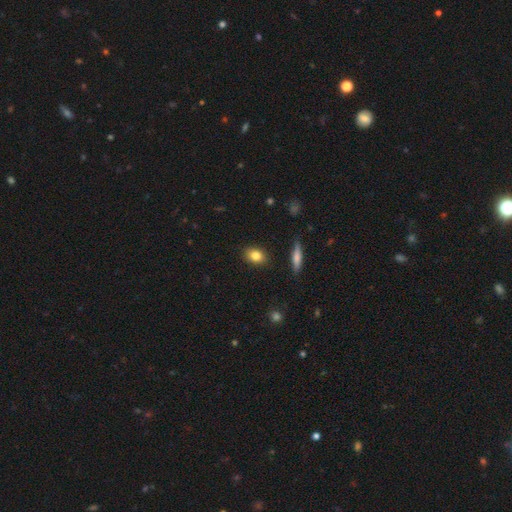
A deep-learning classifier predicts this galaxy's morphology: A smooth galaxy with no disk features (83%) that is in between round and cigar-shaped (64%).

Vote fractions:
- Smooth or featured? smooth: 83% / star or artifact: 9% / featured or disk: 9%
- How rounded? in between: 64% / round: 33% / cigar-shaped: 3%
- Merging? none: 89% / minor disturbance: 8% / major disturbance: 2% / merger: 1%